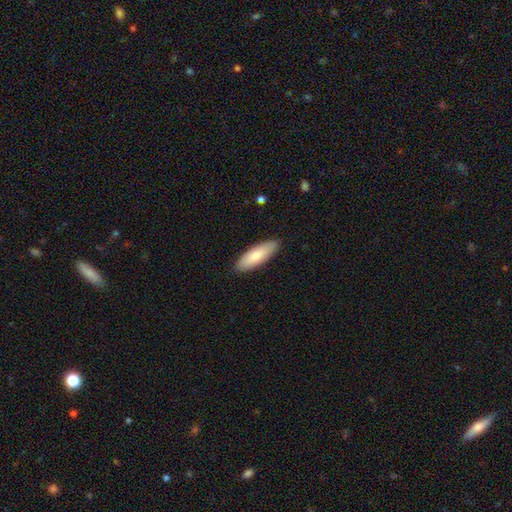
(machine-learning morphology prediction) smooth-or-featured: smooth: 77% | featured or disk: 18% | star or artifact: 5%
  how-rounded: in between: 57% | cigar-shaped: 41% | round: 2%
  merging: none: 89% | minor disturbance: 9% | major disturbance: 2% | merger: 1%